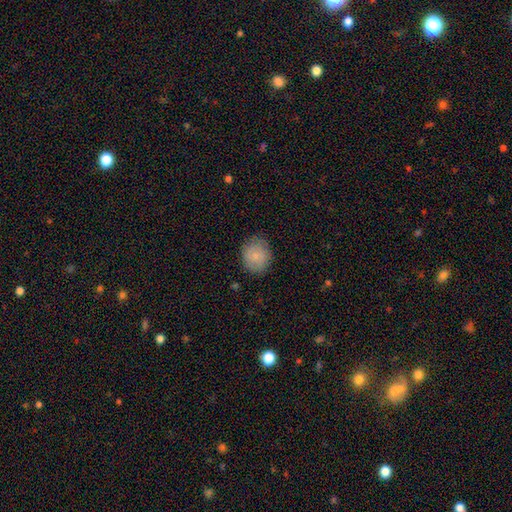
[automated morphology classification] This is clearly a smooth galaxy (85%). How rounded: likely round (65%). Merging: clearly none (82%).